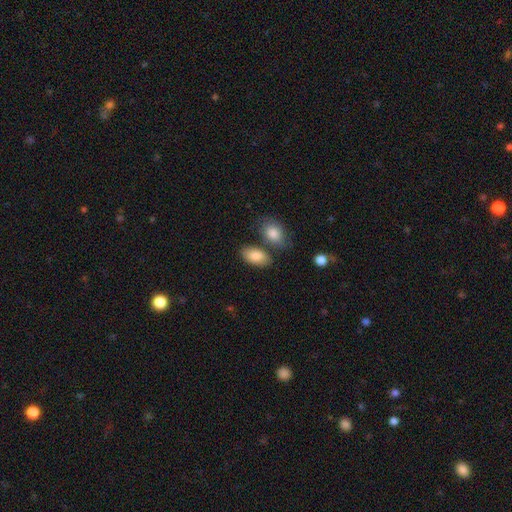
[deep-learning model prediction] Smooth or featured? Predicted: smooth (p=0.86). How rounded? Predicted: in between (p=0.94). Merging? Predicted: none (p=0.67).